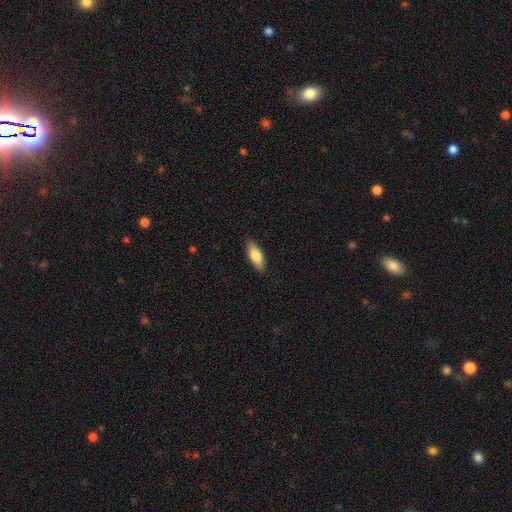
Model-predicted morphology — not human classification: Smooth or featured?
  - smooth: 79% *
  - featured or disk: 15%
  - star or artifact: 6%
How rounded?
  - in between: 70% *
  - cigar-shaped: 27%
  - round: 2%
Merging?
  - none: 88% *
  - minor disturbance: 9%
  - major disturbance: 2%
  - merger: 1%